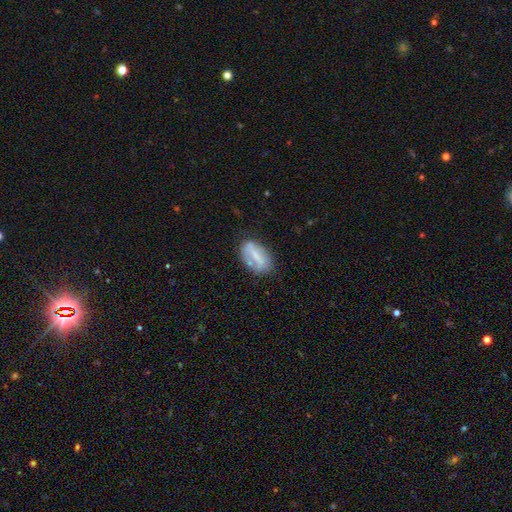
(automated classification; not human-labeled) A smooth galaxy with no disk features (52%) that is in between round and cigar-shaped (88%).

Vote fractions:
- Smooth or featured? smooth: 52% / featured or disk: 40% / star or artifact: 8%
- How rounded? in between: 88% / round: 7% / cigar-shaped: 5%
- Merging? none: 66% / minor disturbance: 22% / major disturbance: 8% / merger: 4%